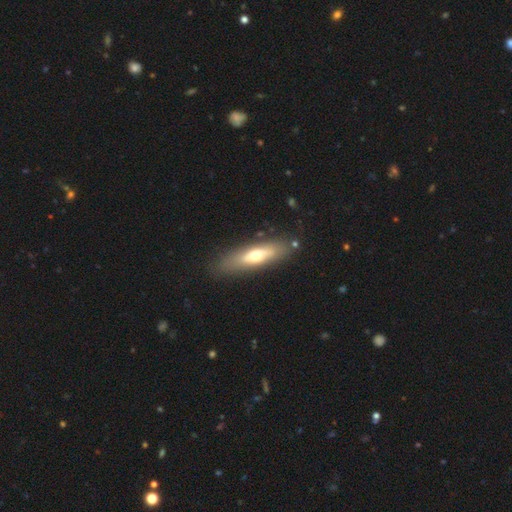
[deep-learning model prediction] A smooth galaxy with no disk features (52%) that is cigar-shaped (59%).

Vote fractions:
- Smooth or featured? smooth: 52% / featured or disk: 42% / star or artifact: 6%
- How rounded? cigar-shaped: 59% / in between: 39% / round: 2%
- Merging? none: 81% / minor disturbance: 12% / major disturbance: 4% / merger: 3%